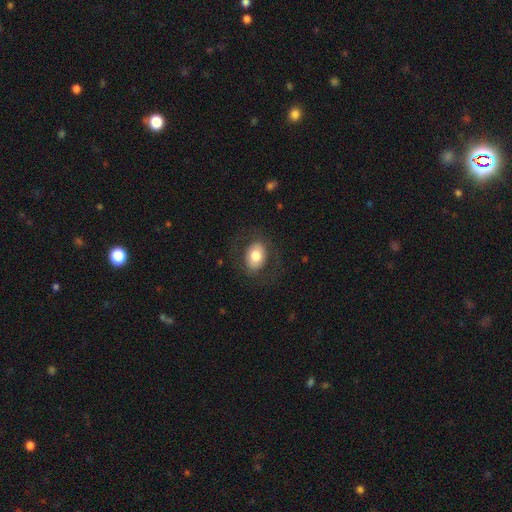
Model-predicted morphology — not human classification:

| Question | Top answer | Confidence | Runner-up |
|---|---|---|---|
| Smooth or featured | smooth | 71% | featured or disk (21%) |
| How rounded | in between | 73% | round (26%) |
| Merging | none | 77% | minor disturbance (12%) |